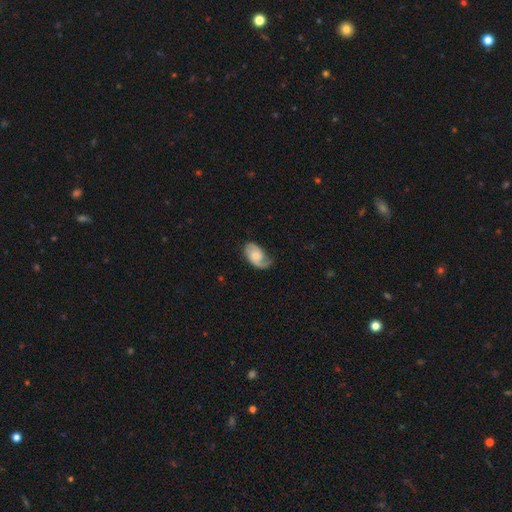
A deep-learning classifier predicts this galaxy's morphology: Overall: featured or disk (72%). Edge-on disk: no (97%). Bar: no (69%). Spiral arms: yes (94%). Spiral arm count: 2 (63%; 1 27%). Spiral winding: medium (42%; tight 34%). Bulge size: small (47%; moderate 34%). Merging: none (59%; minor disturbance 26%).